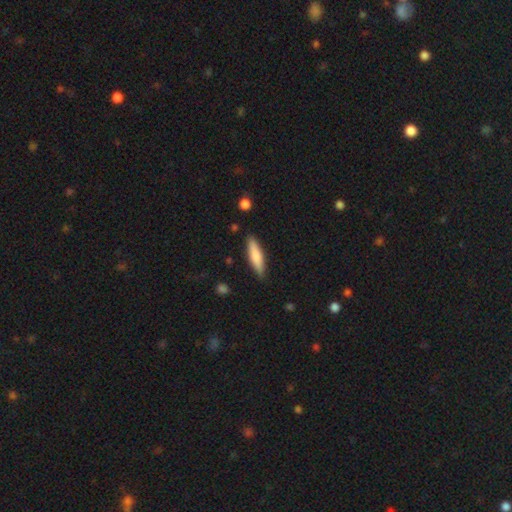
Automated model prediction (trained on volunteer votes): smooth 74%, featured or disk 21%, star or artifact 5%. Down the decision tree: how rounded — cigar-shaped (74%); merging — none (87%).